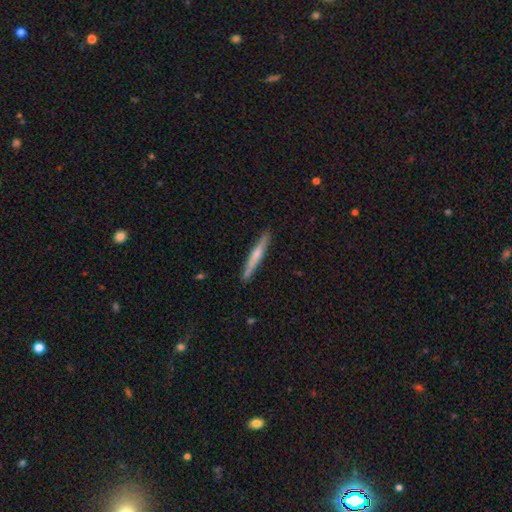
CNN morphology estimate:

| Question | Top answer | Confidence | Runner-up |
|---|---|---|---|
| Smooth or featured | smooth | 49% | featured or disk (45%) |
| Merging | none | 90% | minor disturbance (8%) |